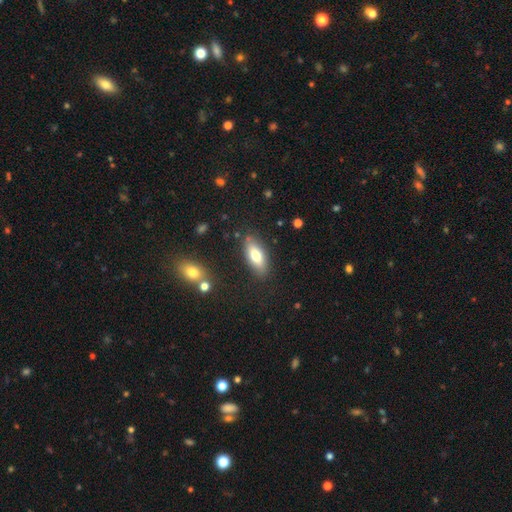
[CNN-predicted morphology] Smooth or featured? smooth (73%)
How rounded? in between (80%)
Merging? none (82%)